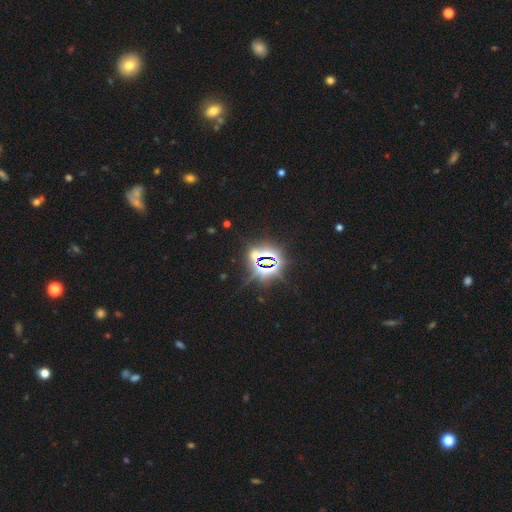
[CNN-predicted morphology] smooth-or-featured: star or artifact: 80% | smooth: 12% | featured or disk: 8%